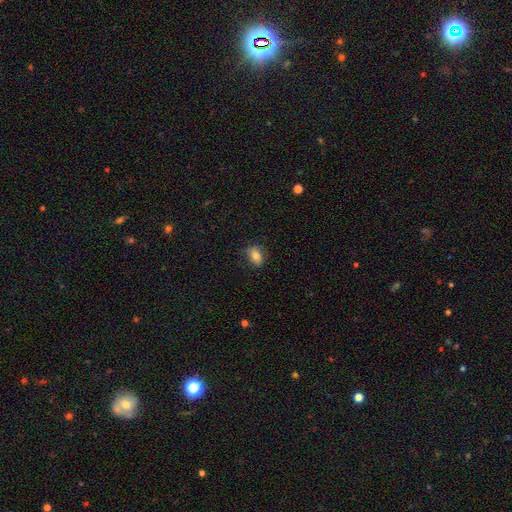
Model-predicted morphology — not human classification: smooth-or-featured: smooth: 79% | featured or disk: 12% | star or artifact: 9%
  how-rounded: in between: 80% | round: 18% | cigar-shaped: 2%
  merging: none: 78% | minor disturbance: 17% | major disturbance: 4% | merger: 1%